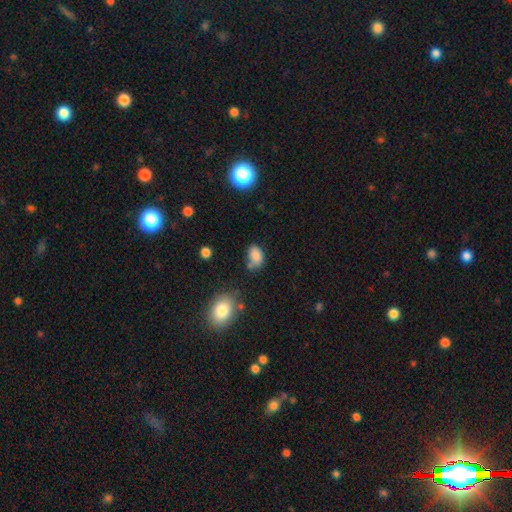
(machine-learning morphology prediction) Smooth or featured? smooth (82%)
How rounded? in between (85%)
Merging? none (54%)